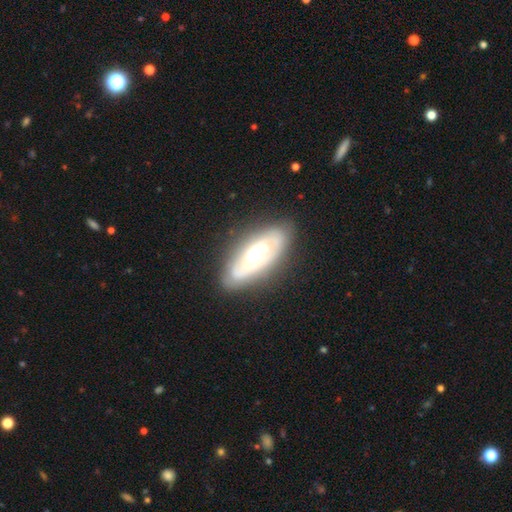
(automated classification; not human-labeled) This is likely a featured or disk galaxy (68%). It is clearly not viewed edge-on (80%). Bar: possibly no (54%). Spiral arm pattern: likely yes (65%). Central bulge: likely moderate (64%). Merging: clearly none (82%).